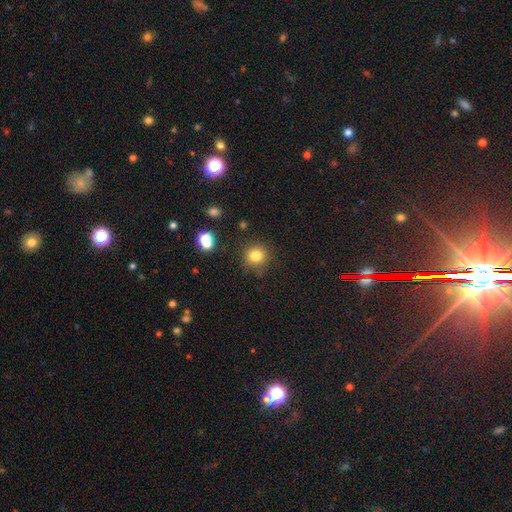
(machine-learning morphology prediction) smooth_or_featured: smooth (p=0.81) [alt: star or artifact p=0.13]
how_rounded: round (p=0.91) [alt: in between p=0.08]
merging: none (p=0.84) [alt: minor disturbance p=0.10]